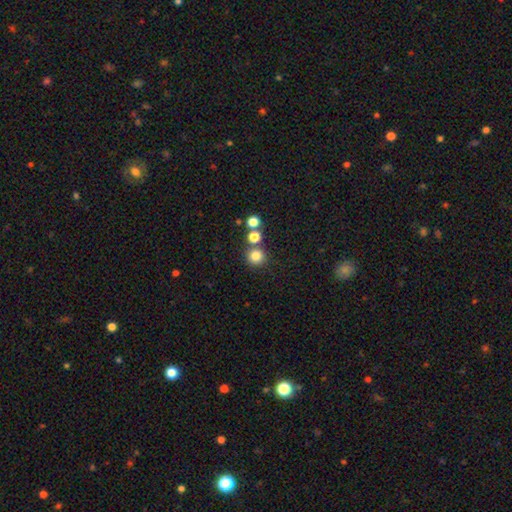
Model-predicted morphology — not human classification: smooth_or_featured: smooth (p=0.80) [alt: star or artifact p=0.14]
how_rounded: round (p=0.93) [alt: in between p=0.06]
merging: none (p=0.75) [alt: merger p=0.15]